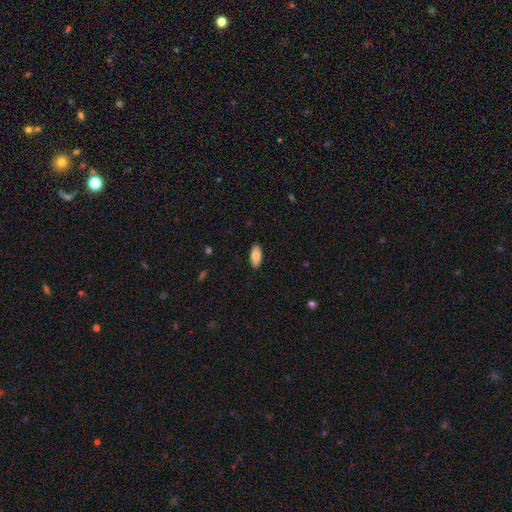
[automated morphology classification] Smooth or featured: smooth — 80% (featured or disk — 14%)
How rounded: in between — 90% (cigar-shaped — 8%)
Merging: none — 89% (minor disturbance — 8%)